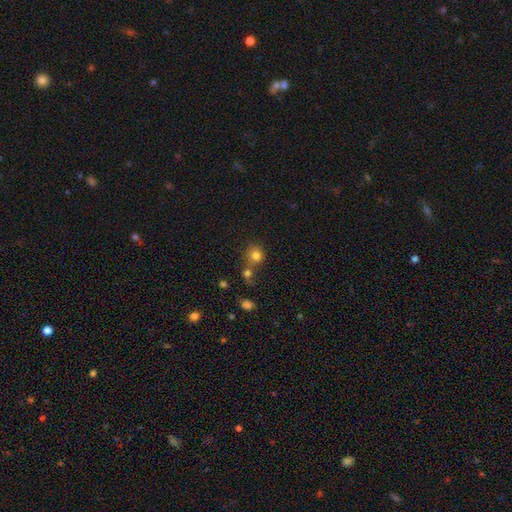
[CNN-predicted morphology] smooth-or-featured: smooth: 80% | star or artifact: 13% | featured or disk: 7%
  how-rounded: round: 85% | in between: 14% | cigar-shaped: 1%
  merging: none: 50% | merger: 36% | minor disturbance: 10% | major disturbance: 5%